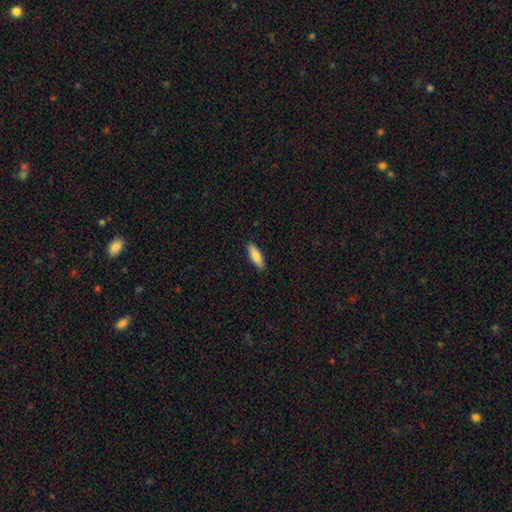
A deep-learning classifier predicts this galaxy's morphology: The model was most divided on "how rounded": in between: 51%, cigar-shaped: 47%, round: 2%. More confident: merging — none (90%); smooth or featured — smooth (81%).